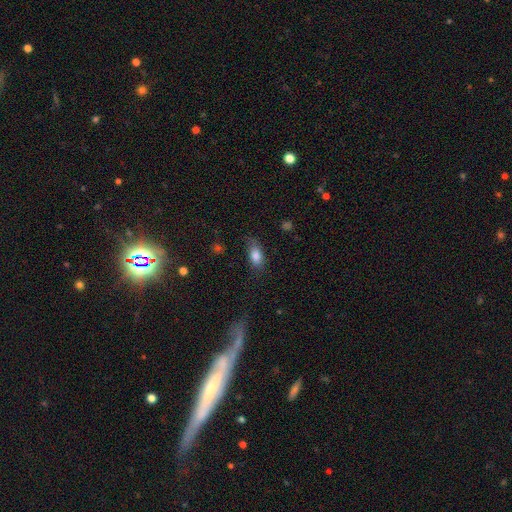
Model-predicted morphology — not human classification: Q: Smooth or featured?
A: smooth (82%); runner-up: featured or disk (9%)
Q: How rounded?
A: in between (84%); runner-up: cigar-shaped (10%)
Q: Merging?
A: none (67%); runner-up: minor disturbance (24%)